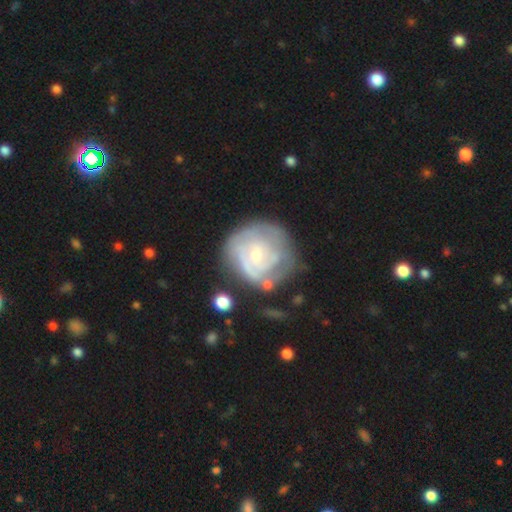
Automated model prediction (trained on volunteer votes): Smooth or featured? Predicted: featured or disk (p=0.73). Edge-on disk? Predicted: no (p=0.98). Bar? Predicted: no (p=0.71). Spiral arms? Predicted: yes (p=0.78). Spiral winding? Predicted: tight (p=0.64). Spiral arm count? Predicted: can't tell (p=0.48). Bulge size? Predicted: small (p=0.68). Merging? Predicted: none (p=0.57).